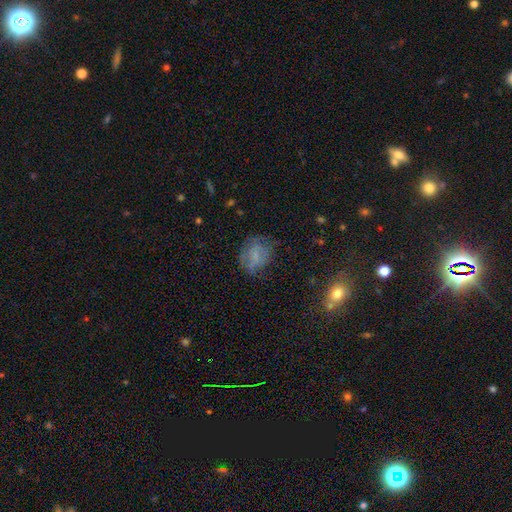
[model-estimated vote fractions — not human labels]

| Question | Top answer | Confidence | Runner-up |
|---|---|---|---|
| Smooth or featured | smooth | 57% | featured or disk (29%) |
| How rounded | round | 57% | in between (41%) |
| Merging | none | 60% | minor disturbance (24%) |